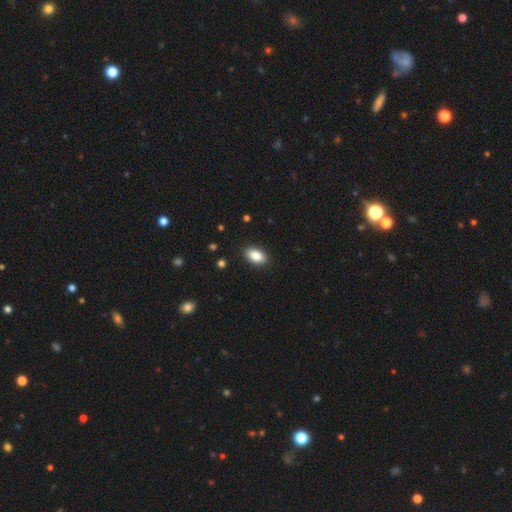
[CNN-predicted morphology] A smooth galaxy with no disk features (87%) that is in between round and cigar-shaped (92%).

Vote fractions:
- Smooth or featured? smooth: 87% / star or artifact: 8% / featured or disk: 5%
- How rounded? in between: 92% / round: 6% / cigar-shaped: 2%
- Merging? none: 89% / minor disturbance: 8% / major disturbance: 2% / merger: 1%